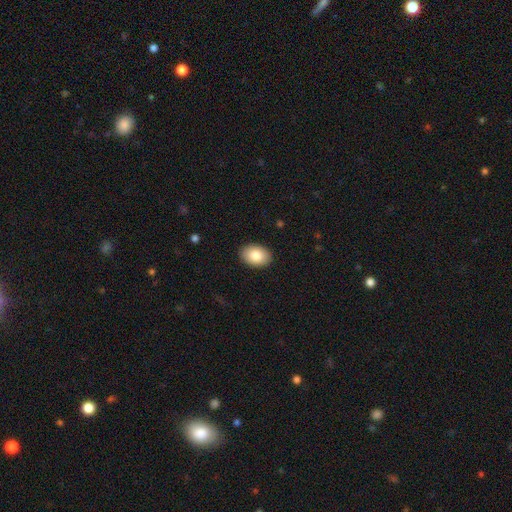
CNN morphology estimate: The model was most divided on "how rounded": in between: 82%, round: 18%, cigar-shaped: 1%. More confident: merging — none (90%); smooth or featured — smooth (85%).